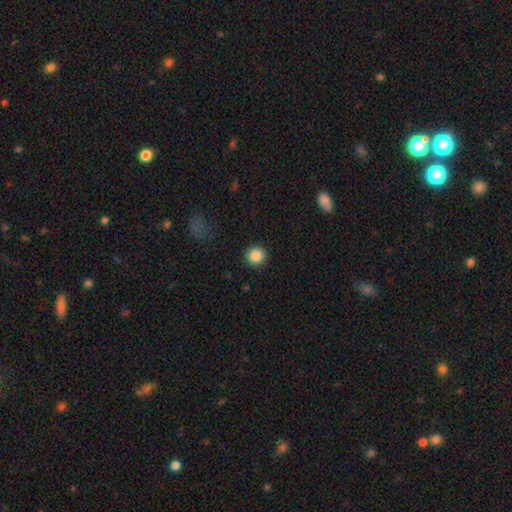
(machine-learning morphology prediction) Smooth or featured: smooth — 87% (star or artifact — 9%)
How rounded: round — 94% (in between — 5%)
Merging: none — 91% (minor disturbance — 6%)